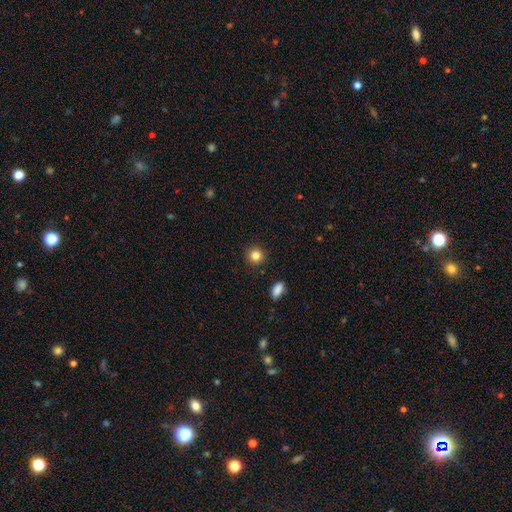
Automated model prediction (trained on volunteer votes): smooth-or-featured: smooth: 83% | star or artifact: 11% | featured or disk: 6%
  how-rounded: round: 92% | in between: 7% | cigar-shaped: 1%
  merging: none: 91% | minor disturbance: 5% | major disturbance: 2% | merger: 2%